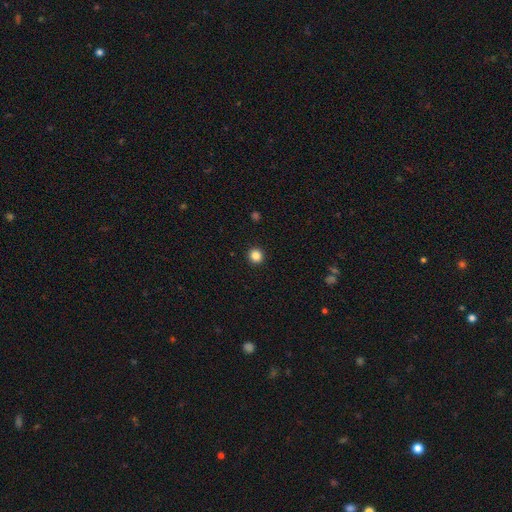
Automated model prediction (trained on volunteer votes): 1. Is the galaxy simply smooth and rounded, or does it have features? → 85% smooth, 11% star or artifact, 4% featured or disk.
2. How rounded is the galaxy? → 95% round, 4% in between, 1% cigar-shaped.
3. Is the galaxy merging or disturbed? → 94% none, 4% minor disturbance, 1% major disturbance, 1% merger.